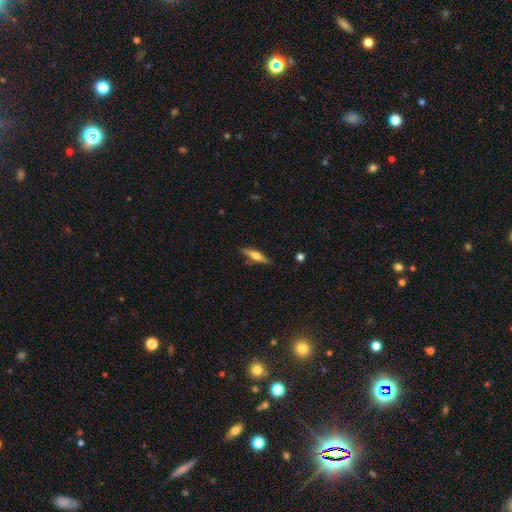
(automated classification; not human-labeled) Smooth or featured? Predicted: featured or disk (p=0.56). Edge-on disk? Predicted: yes (p=0.95). Edge-on bulge? Predicted: rounded (p=0.91). Merging? Predicted: none (p=0.85).